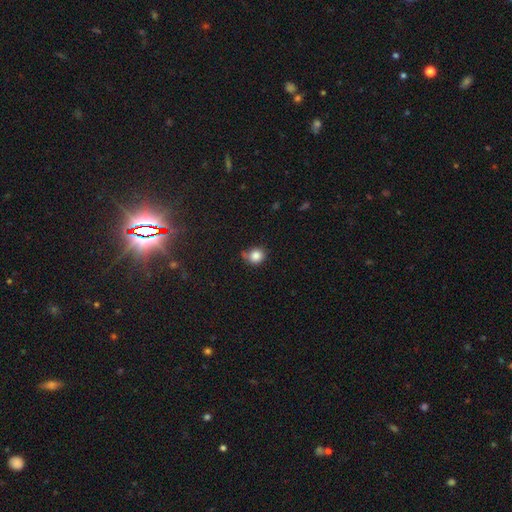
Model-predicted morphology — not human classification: smooth_or_featured: smooth (p=0.84) [alt: star or artifact p=0.11]
how_rounded: round (p=0.81) [alt: in between p=0.18]
merging: none (p=0.62) [alt: minor disturbance p=0.24]